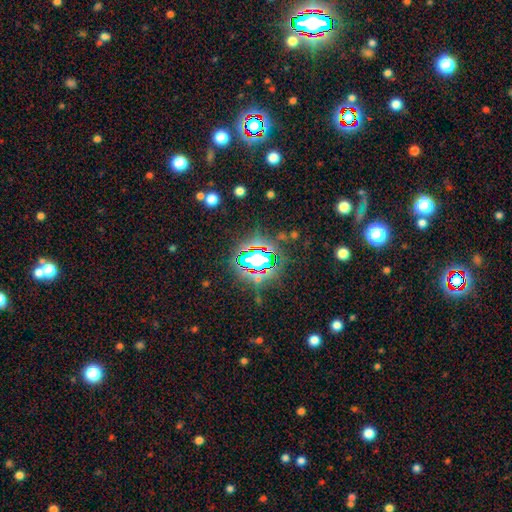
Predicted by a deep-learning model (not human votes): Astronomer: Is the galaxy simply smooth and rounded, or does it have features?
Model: star or artifact — 82%.